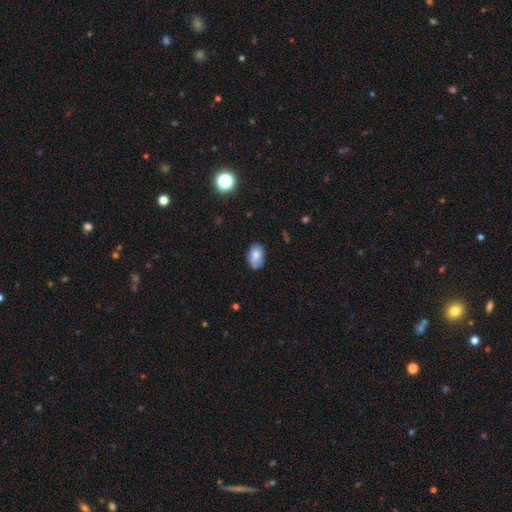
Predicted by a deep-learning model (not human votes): Morphology: type=smooth (78%); roundness=in between (87%); merging=none (69%).